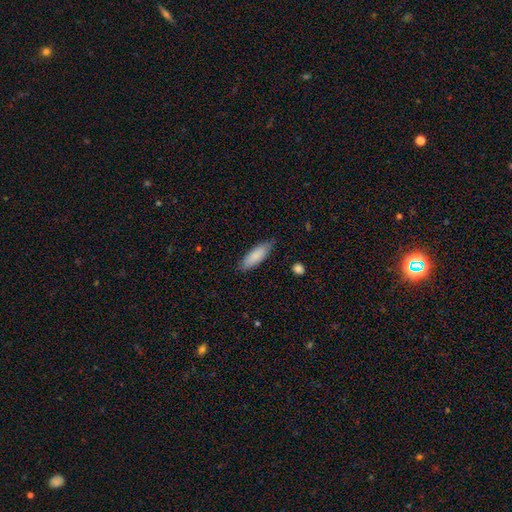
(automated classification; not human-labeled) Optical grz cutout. It shows a smooth galaxy with no disk features (84%) that is in between round and cigar-shaped (58%). Merging: none (79%).